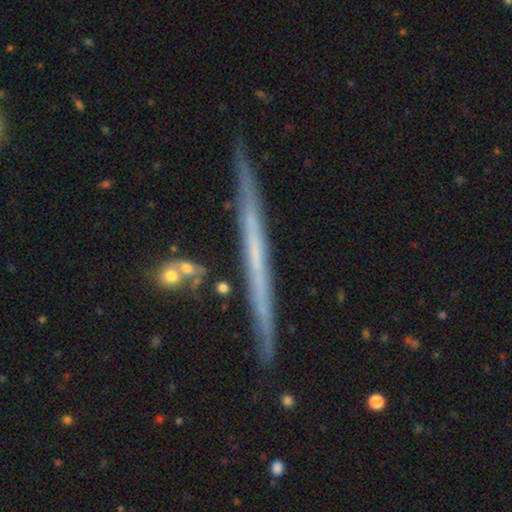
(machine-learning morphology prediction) Q: Smooth or featured?
A: featured or disk (63%); runner-up: smooth (30%)
Q: Edge-on disk?
A: yes (97%); runner-up: no (3%)
Q: Edge-on bulge?
A: none (92%); runner-up: rounded (5%)
Q: Merging?
A: none (89%); runner-up: minor disturbance (8%)